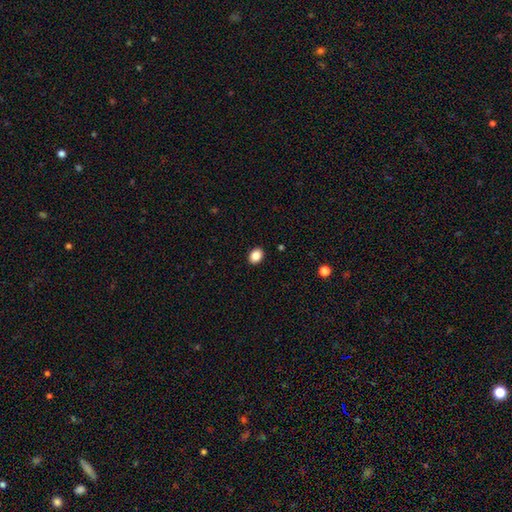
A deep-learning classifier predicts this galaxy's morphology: Overall: smooth (87%). How rounded: in between (58%; round 42%). Merging: none (91%).